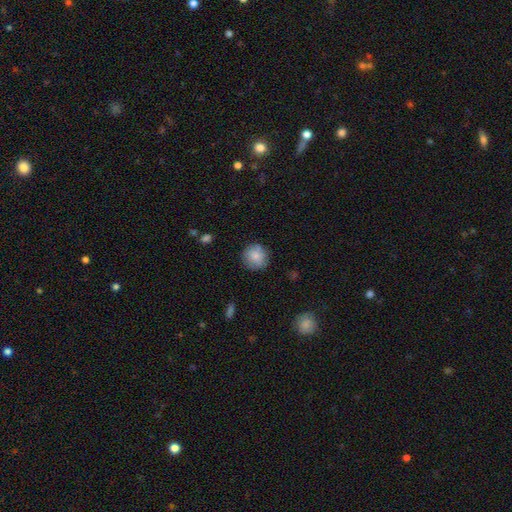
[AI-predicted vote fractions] The model was most divided on "smooth or featured": smooth: 80%, featured or disk: 12%, star or artifact: 8%. More confident: how rounded — round (91%); merging — none (83%).